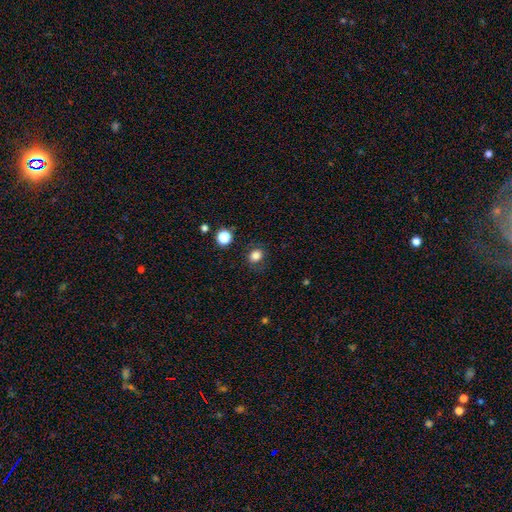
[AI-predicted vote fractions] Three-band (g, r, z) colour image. It shows a smooth galaxy with no disk features (82%) that is round (65%). Merging: none (84%).